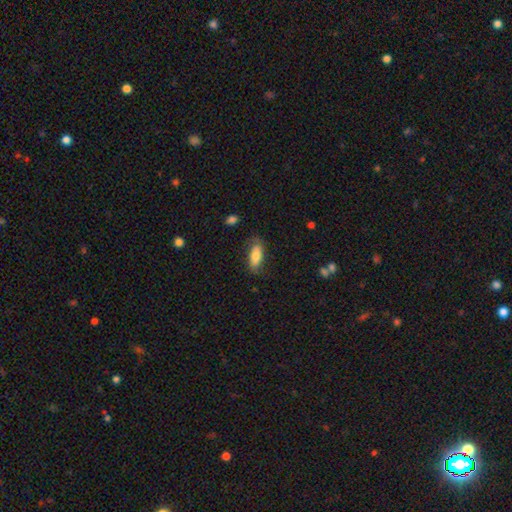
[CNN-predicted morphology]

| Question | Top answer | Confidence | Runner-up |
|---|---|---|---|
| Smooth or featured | smooth | 76% | featured or disk (17%) |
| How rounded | in between | 77% | cigar-shaped (20%) |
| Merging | none | 74% | minor disturbance (19%) |